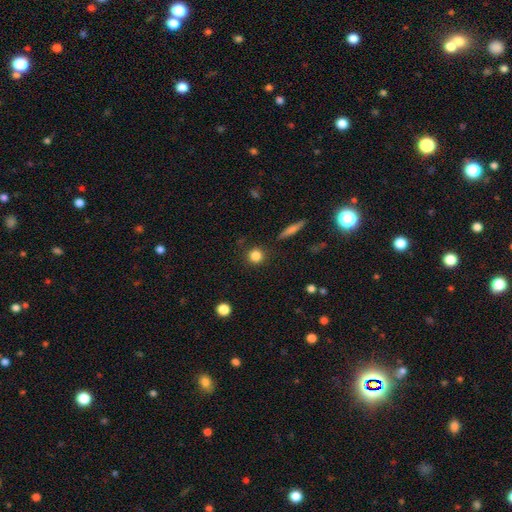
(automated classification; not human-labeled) This appears to be a smooth galaxy with no disk features (84%) that is round (91%). Merging: none (87%).